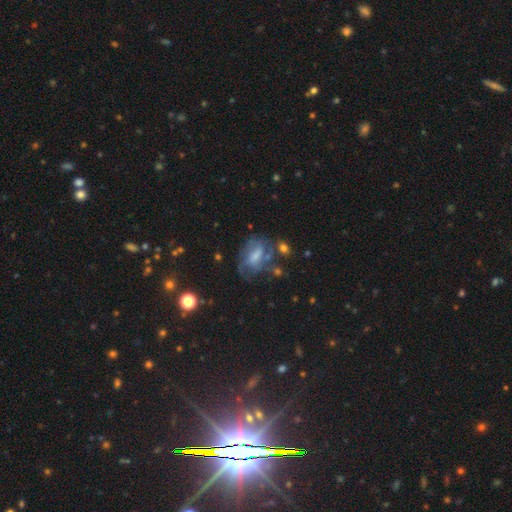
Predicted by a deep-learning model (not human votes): featured or disk 54%, smooth 35%, star or artifact 11%. Down the decision tree: edge-on disk — no (95%); bar — weak (44%); spiral arms — yes (62%); bulge size — moderate (36%); merging — none (40%).